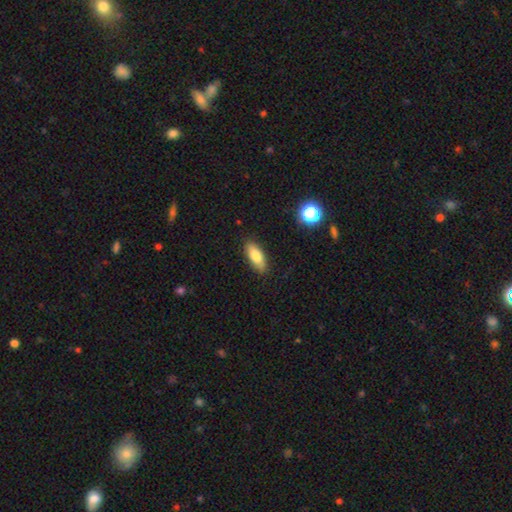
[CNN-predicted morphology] This appears to be a smooth galaxy with no disk features (78%) that is in between round and cigar-shaped (76%). Merging: none (87%).